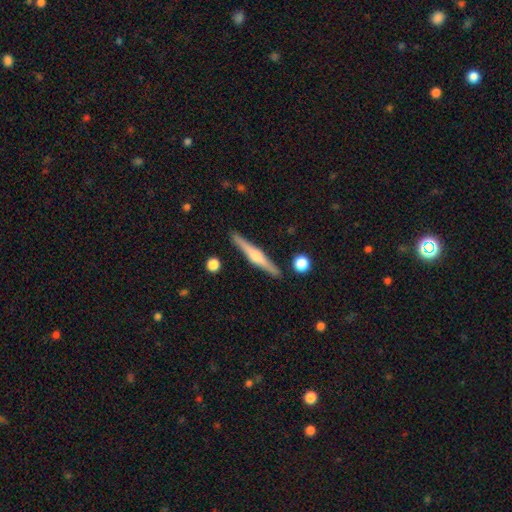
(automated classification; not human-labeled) A featured or disk galaxy (72%) viewed edge-on (98%) with a rounded central bulge (89%). Merging: none (90%).